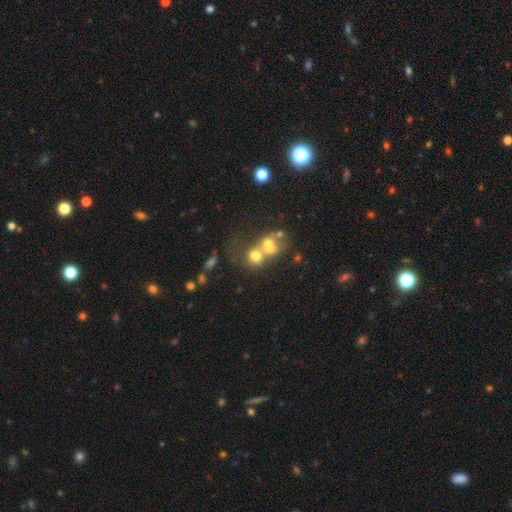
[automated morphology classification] type=smooth (56%); roundness=round (71%); merging=merger (60%).